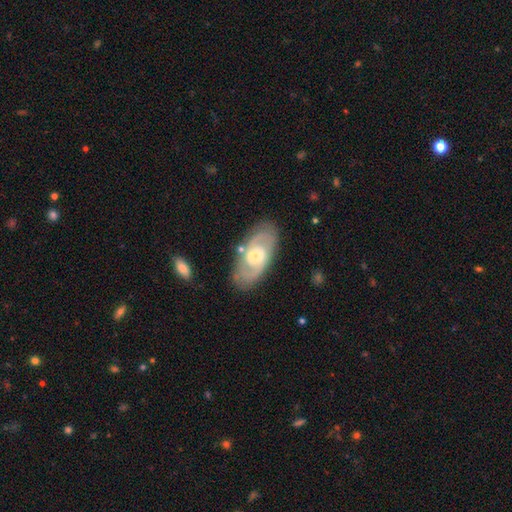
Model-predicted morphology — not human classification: The model was most divided on "spiral winding": medium: 45%, tight: 38%, loose: 17%. More confident: edge-on disk — no (93%); spiral arms — yes (83%); merging — none (80%); spiral arm count — 2 (77%); smooth or featured — featured or disk (73%); bulge size — moderate (60%); bar — weak (51%).